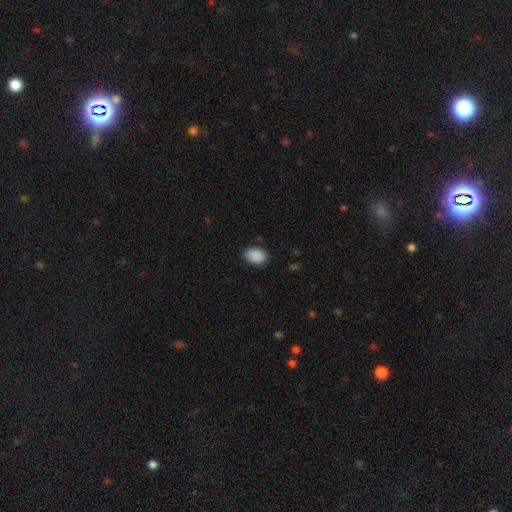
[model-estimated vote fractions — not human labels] A smooth galaxy with no disk features (90%) that is in between round and cigar-shaped (82%).

Vote fractions:
- Smooth or featured? smooth: 90% / star or artifact: 7% / featured or disk: 2%
- How rounded? in between: 82% / round: 17% / cigar-shaped: 1%
- Merging? none: 87% / minor disturbance: 9% / major disturbance: 2% / merger: 1%